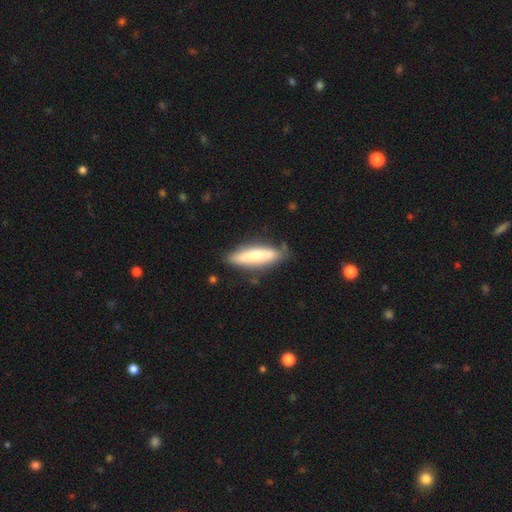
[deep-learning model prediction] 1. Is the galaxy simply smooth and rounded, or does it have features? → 69% smooth, 26% featured or disk, 6% star or artifact.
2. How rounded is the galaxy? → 71% cigar-shaped, 27% in between, 1% round.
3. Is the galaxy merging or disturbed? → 76% none, 18% minor disturbance, 4% major disturbance, 2% merger.